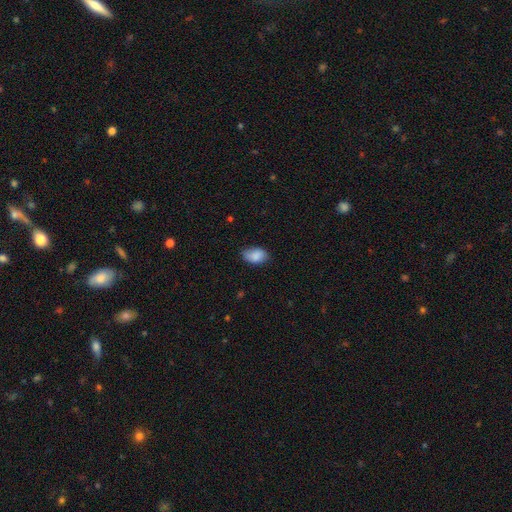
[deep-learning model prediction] The model was most divided on "merging": none: 69%, minor disturbance: 25%, major disturbance: 4%, merger: 1%. More confident: how rounded — in between (89%); smooth or featured — smooth (85%).